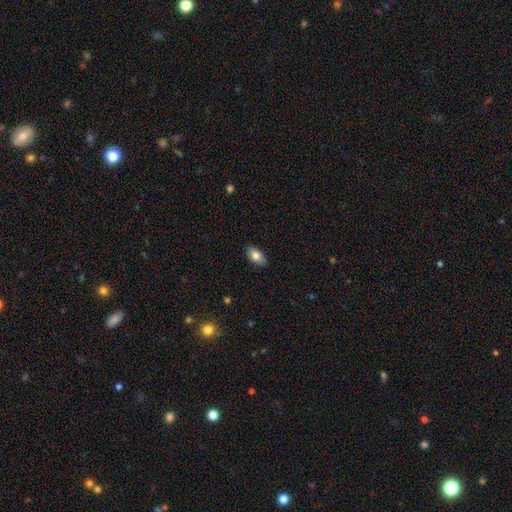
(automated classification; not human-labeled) Smooth or featured? Predicted: smooth (p=0.81). How rounded? Predicted: in between (p=0.92). Merging? Predicted: none (p=0.87).